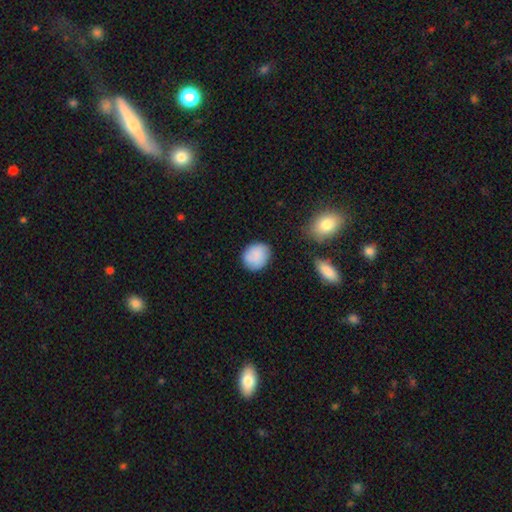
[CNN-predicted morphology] smooth-or-featured: smooth: 83% | featured or disk: 9% | star or artifact: 7%
  how-rounded: round: 74% | in between: 25% | cigar-shaped: 1%
  merging: none: 82% | minor disturbance: 12% | major disturbance: 3% | merger: 2%